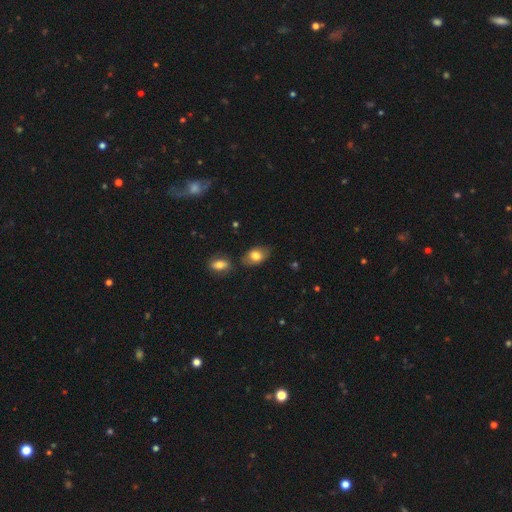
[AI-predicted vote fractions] Morphology: type=smooth (78%); roundness=in between (88%); merging=none (73%).